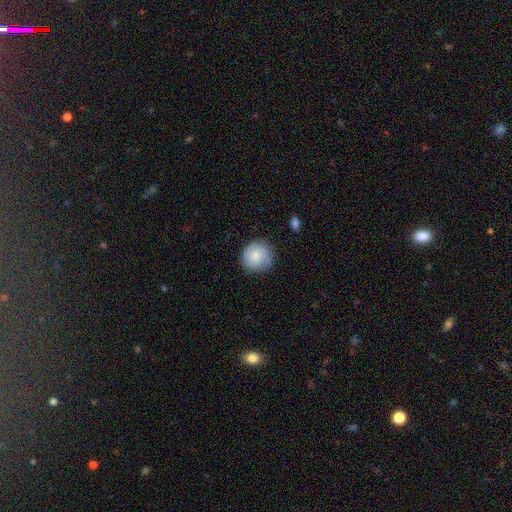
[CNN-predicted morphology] Smooth or featured?
  - smooth: 81% *
  - featured or disk: 12%
  - star or artifact: 7%
How rounded?
  - round: 90% *
  - in between: 10%
  - cigar-shaped: 1%
Merging?
  - none: 79% *
  - minor disturbance: 16%
  - major disturbance: 4%
  - merger: 1%